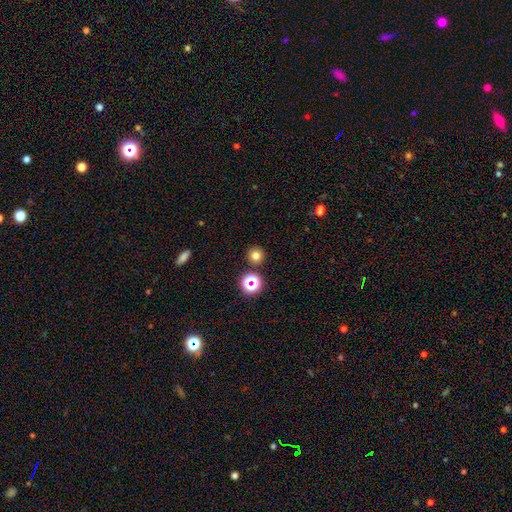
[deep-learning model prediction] smooth_or_featured: smooth (p=0.74) [alt: star or artifact p=0.19]
how_rounded: round (p=0.93) [alt: in between p=0.06]
merging: none (p=0.87) [alt: minor disturbance p=0.06]